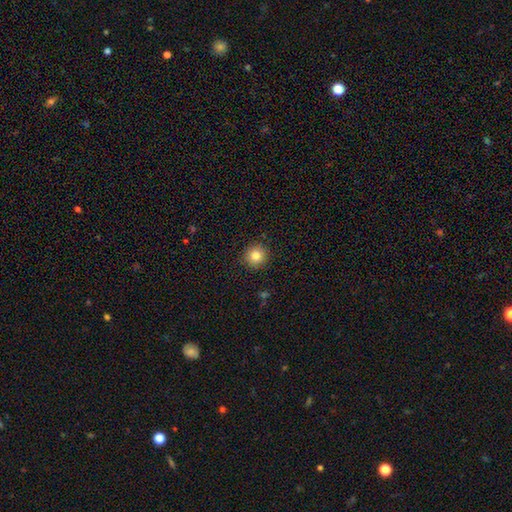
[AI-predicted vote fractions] A smooth galaxy with no disk features (83%) that is round (93%).

Vote fractions:
- Smooth or featured? smooth: 83% / star or artifact: 10% / featured or disk: 6%
- How rounded? round: 93% / in between: 7% / cigar-shaped: 1%
- Merging? none: 90% / minor disturbance: 7% / major disturbance: 2% / merger: 1%